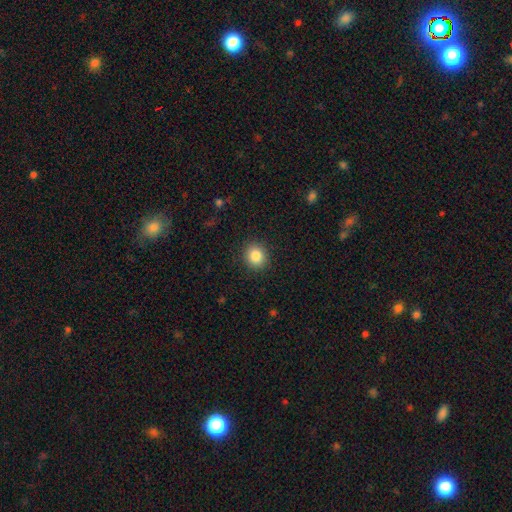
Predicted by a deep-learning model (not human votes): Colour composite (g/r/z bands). It shows a smooth galaxy with no disk features (85%) that is round (82%). Merging: none (90%).